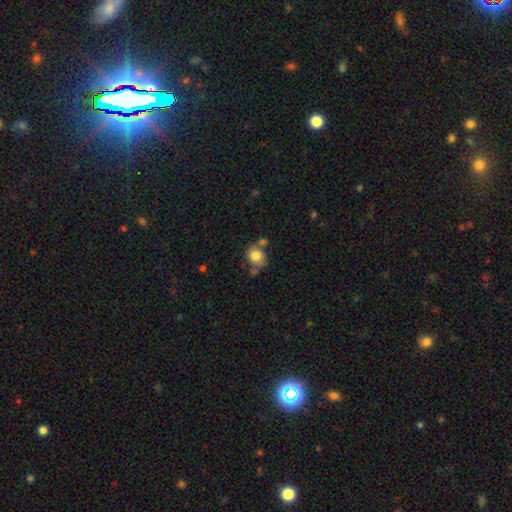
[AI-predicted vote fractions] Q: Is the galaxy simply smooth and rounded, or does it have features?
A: smooth — 79%.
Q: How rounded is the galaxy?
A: round — 63%.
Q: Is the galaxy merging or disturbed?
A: none — 55%.